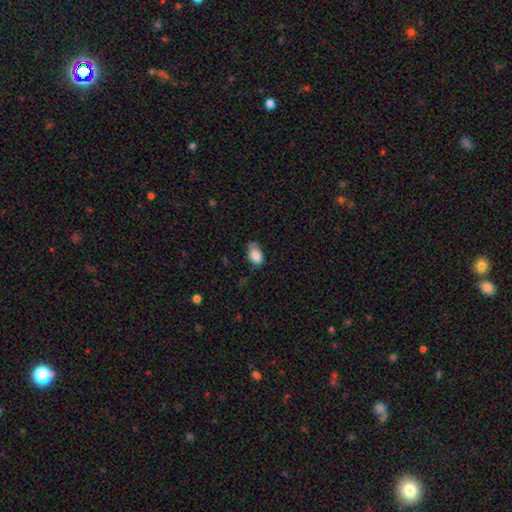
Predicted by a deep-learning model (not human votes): Overall: smooth (85%). How rounded: in between (85%). Merging: none (49%; minor disturbance 36%).